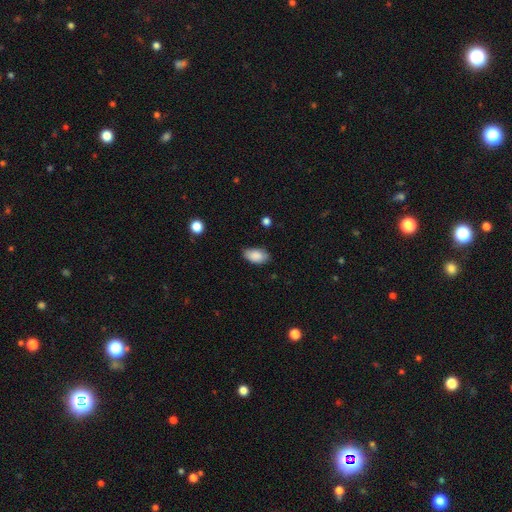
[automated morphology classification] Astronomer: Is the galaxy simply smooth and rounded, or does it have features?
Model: smooth — 88%.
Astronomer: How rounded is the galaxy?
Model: in between — 93%.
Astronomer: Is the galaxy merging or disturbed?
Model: none — 76%.